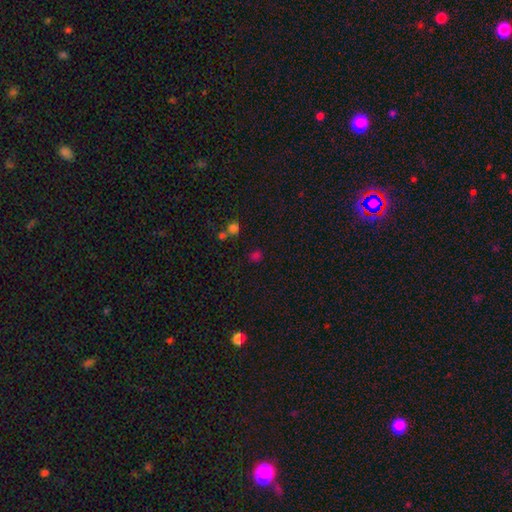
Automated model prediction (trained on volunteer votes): A smooth galaxy with no disk features (61%) that is round (73%). Merging: none (68%).